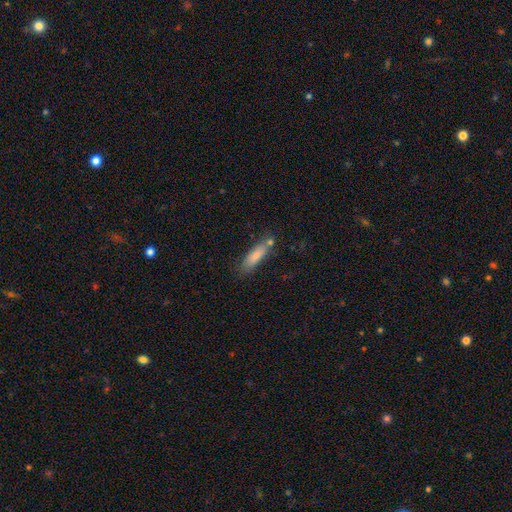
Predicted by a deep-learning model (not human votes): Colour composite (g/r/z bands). It shows a smooth galaxy with no disk features (80%) that is cigar-shaped (62%). Merging: none (69%).